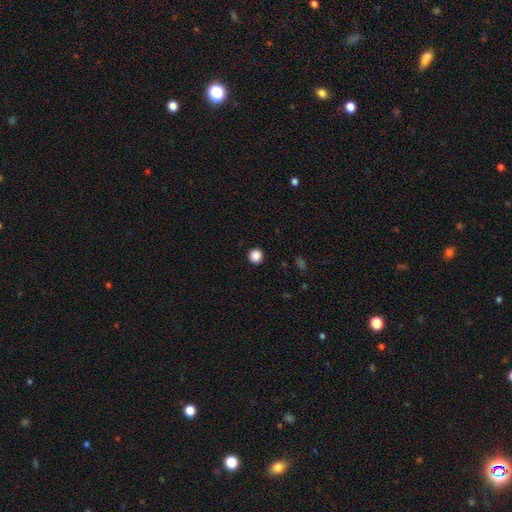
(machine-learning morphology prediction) Smooth or featured? Predicted: smooth (p=0.88). How rounded? Predicted: round (p=0.91). Merging? Predicted: none (p=0.92).